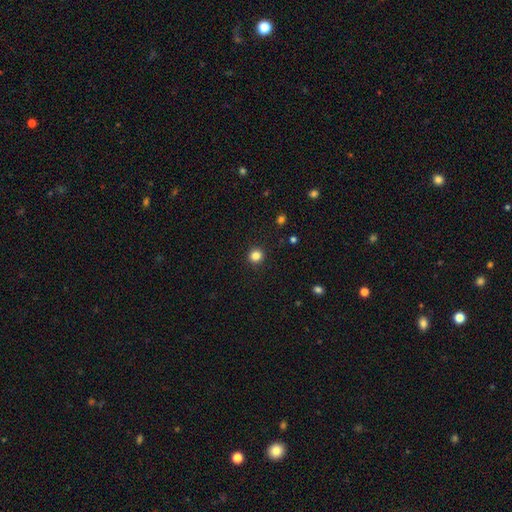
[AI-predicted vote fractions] Overall: smooth (84%). How rounded: round (91%). Merging: none (92%).